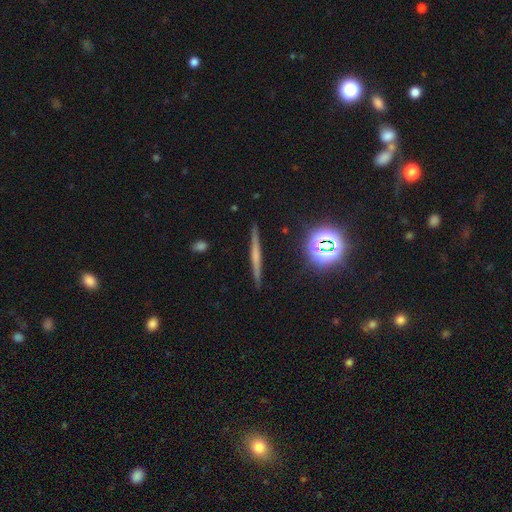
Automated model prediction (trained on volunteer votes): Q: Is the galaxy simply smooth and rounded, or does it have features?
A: featured or disk — 50%.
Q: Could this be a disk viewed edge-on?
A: yes — 96%.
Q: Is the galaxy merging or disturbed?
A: none — 91%.